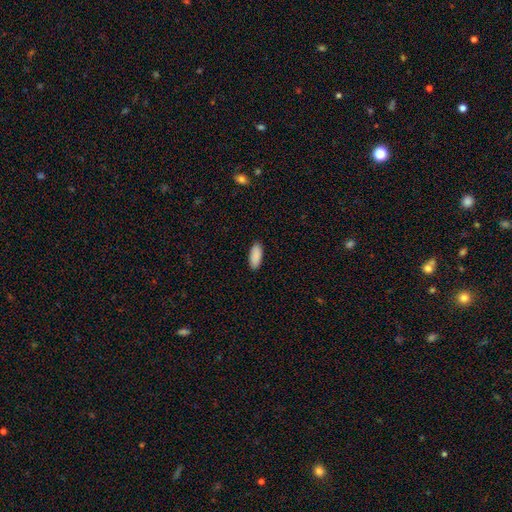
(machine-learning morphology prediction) A smooth galaxy with no disk features (91%) that is in between round and cigar-shaped (85%).

Vote fractions:
- Smooth or featured? smooth: 91% / star or artifact: 6% / featured or disk: 3%
- How rounded? in between: 85% / cigar-shaped: 13% / round: 2%
- Merging? none: 90% / minor disturbance: 7% / major disturbance: 2% / merger: 1%